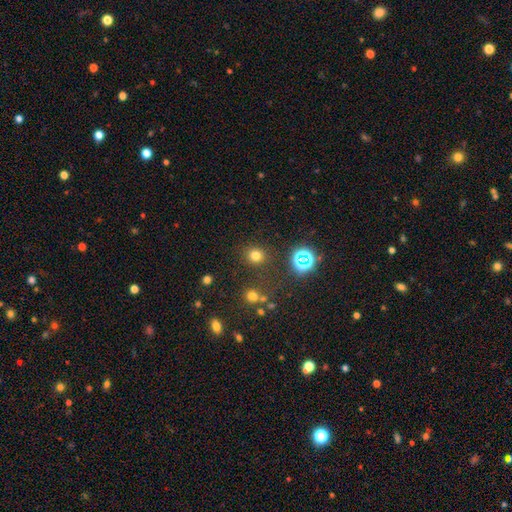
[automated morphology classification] Smooth or featured?
  - smooth: 73% *
  - star or artifact: 22%
  - featured or disk: 6%
How rounded?
  - round: 88% *
  - in between: 11%
  - cigar-shaped: 1%
Merging?
  - none: 84% *
  - minor disturbance: 8%
  - merger: 4%
  - major disturbance: 4%